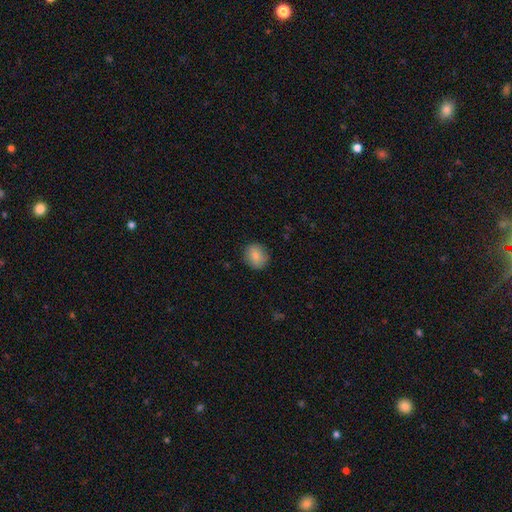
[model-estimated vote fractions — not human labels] A smooth galaxy with no disk features (82%) that is round (81%).

Vote fractions:
- Smooth or featured? smooth: 82% / featured or disk: 9% / star or artifact: 8%
- How rounded? round: 81% / in between: 18% / cigar-shaped: 1%
- Merging? none: 88% / minor disturbance: 9% / major disturbance: 2% / merger: 1%